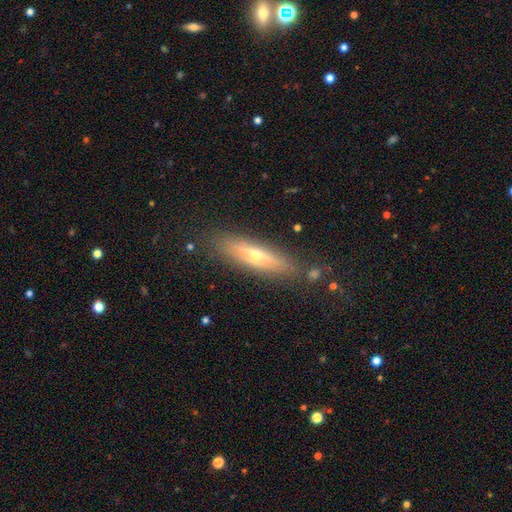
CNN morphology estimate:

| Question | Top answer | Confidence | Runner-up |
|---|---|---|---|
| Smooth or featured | featured or disk | 52% | smooth (39%) |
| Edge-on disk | yes | 82% | no (18%) |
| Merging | none | 83% | minor disturbance (11%) |